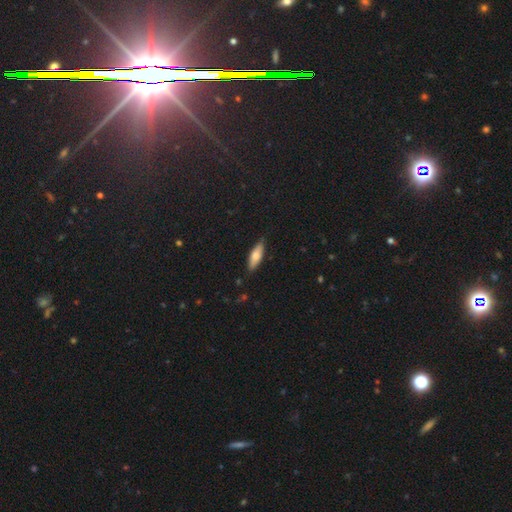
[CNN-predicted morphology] smooth-or-featured: smooth: 66% | featured or disk: 28% | star or artifact: 6%
  how-rounded: in between: 51% | cigar-shaped: 47% | round: 2%
  merging: none: 84% | minor disturbance: 13% | major disturbance: 2% | merger: 1%